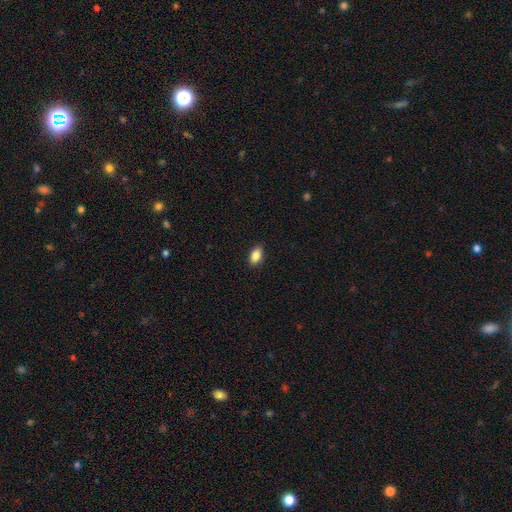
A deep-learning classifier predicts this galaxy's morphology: A smooth galaxy with no disk features (86%) that is in between round and cigar-shaped (91%).

Vote fractions:
- Smooth or featured? smooth: 86% / star or artifact: 8% / featured or disk: 6%
- How rounded? in between: 91% / round: 6% / cigar-shaped: 3%
- Merging? none: 88% / minor disturbance: 9% / major disturbance: 2% / merger: 1%